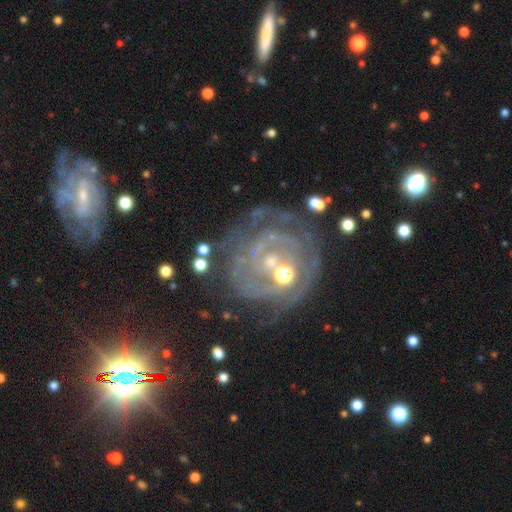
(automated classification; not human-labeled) Smooth or featured: featured or disk — 77% (star or artifact — 14%)
Edge-on disk: no — 95% (yes — 5%)
Bar: no — 38% (weak — 37%)
Spiral arms: yes — 88% (no — 12%)
Spiral winding: tight — 76% (medium — 19%)
Spiral arm count: can't tell — 39% (2 — 18%)
Bulge size: moderate — 49% (small — 43%)
Merging: none — 70% (minor disturbance — 14%)